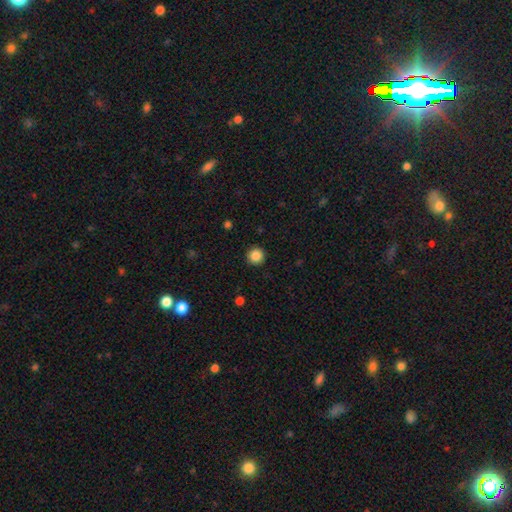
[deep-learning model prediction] The model was most divided on "smooth or featured": smooth: 86%, star or artifact: 10%, featured or disk: 4%. More confident: how rounded — round (95%); merging — none (92%).